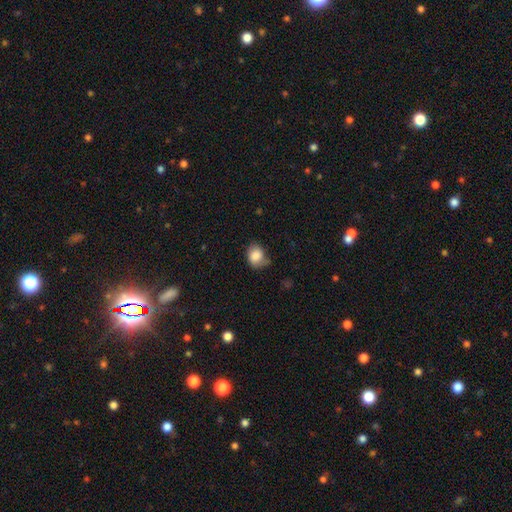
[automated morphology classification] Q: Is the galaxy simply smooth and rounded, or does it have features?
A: smooth — 84%.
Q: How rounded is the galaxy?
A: round — 51%.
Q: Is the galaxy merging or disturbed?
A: none — 51%.